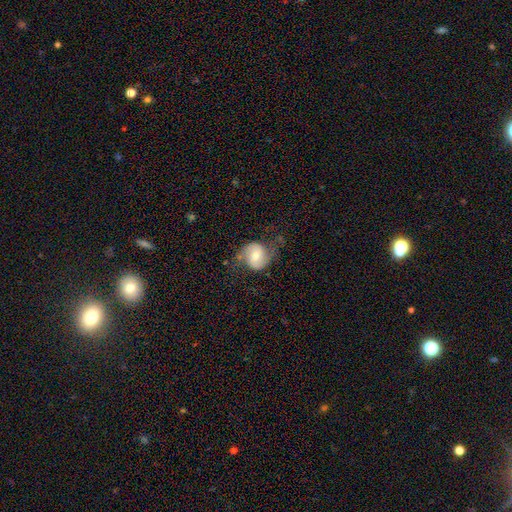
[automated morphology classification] smooth_or_featured: featured or disk (p=0.63) [alt: smooth p=0.30]
disk_edge_on: no (p=0.97) [alt: yes p=0.03]
bar: no (p=0.48) [alt: weak p=0.39]
has_spiral_arms: yes (p=0.91) [alt: no p=0.09]
spiral_winding: loose (p=0.46) [alt: medium p=0.41]
spiral_arm_count: 2 (p=0.90) [alt: can't tell p=0.05]
bulge_size: moderate (p=0.53) [alt: small p=0.31]
merging: none (p=0.61) [alt: minor disturbance p=0.23]